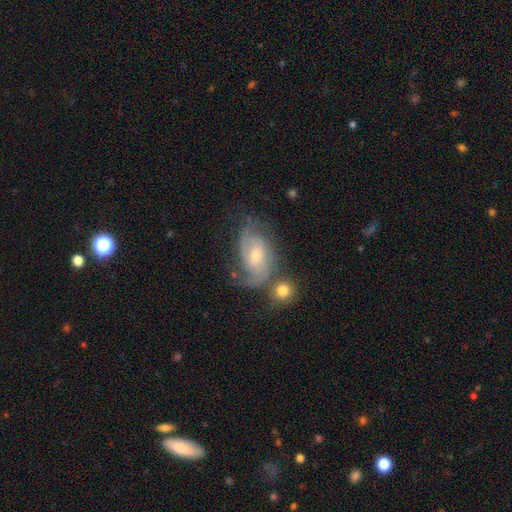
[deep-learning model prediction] Smooth or featured? Predicted: featured or disk (p=0.83). Edge-on disk? Predicted: no (p=0.96). Bar? Predicted: no (p=0.51). Spiral arms? Predicted: yes (p=0.94). Spiral winding? Predicted: medium (p=0.42). Spiral arm count? Predicted: 2 (p=0.53). Bulge size? Predicted: small (p=0.53). Merging? Predicted: none (p=0.52).